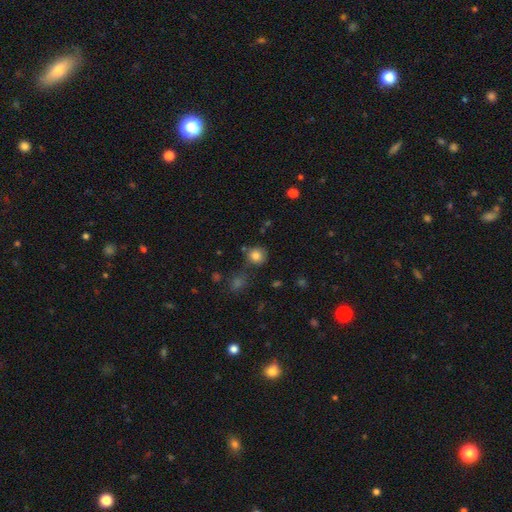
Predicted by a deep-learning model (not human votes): Morphology: type=smooth (83%); roundness=round (86%); merging=none (76%).